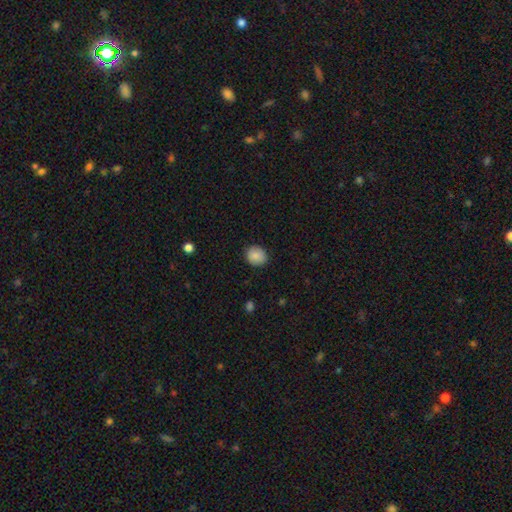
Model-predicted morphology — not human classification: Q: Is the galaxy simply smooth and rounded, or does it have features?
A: smooth — 86%.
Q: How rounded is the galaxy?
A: round — 79%.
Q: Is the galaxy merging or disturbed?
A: none — 88%.